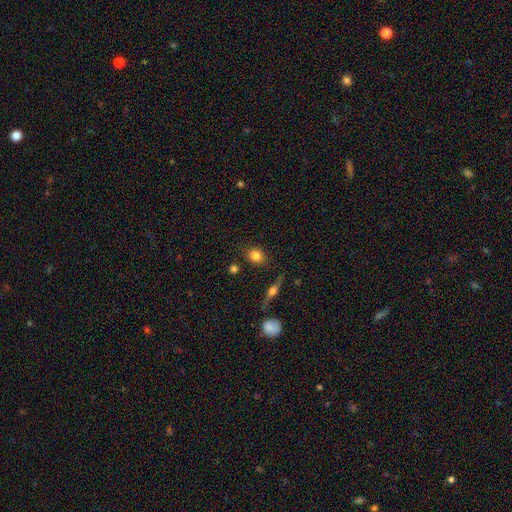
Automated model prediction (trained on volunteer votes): Smooth or featured? Predicted: smooth (p=0.82). How rounded? Predicted: round (p=0.67). Merging? Predicted: none (p=0.83).